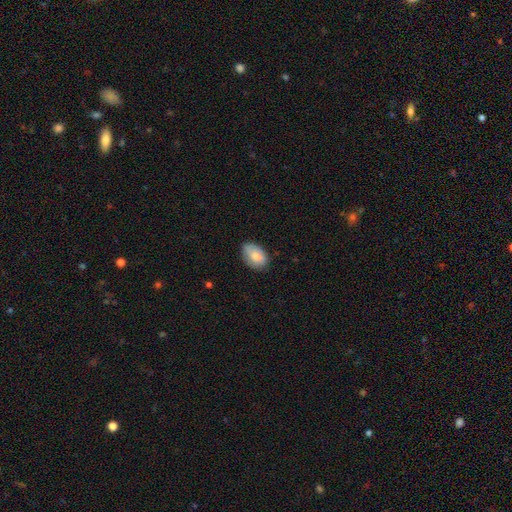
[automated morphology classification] A smooth galaxy with no disk features (81%) that is in between round and cigar-shaped (89%).

Vote fractions:
- Smooth or featured? smooth: 81% / featured or disk: 12% / star or artifact: 7%
- How rounded? in between: 89% / round: 10% / cigar-shaped: 1%
- Merging? none: 68% / minor disturbance: 25% / major disturbance: 5% / merger: 1%